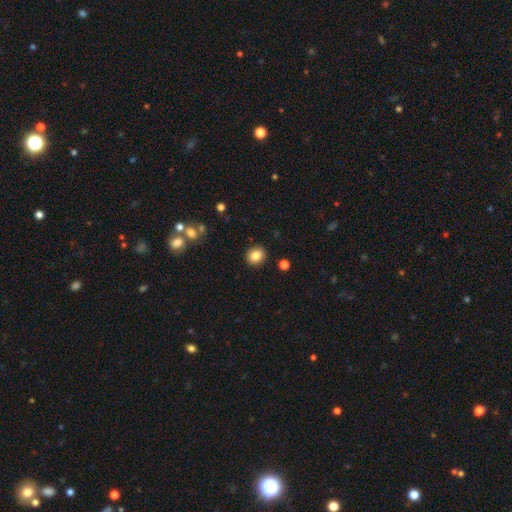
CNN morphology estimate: The model was most divided on "how rounded": round: 78%, in between: 21%, cigar-shaped: 1%. More confident: merging — none (91%); smooth or featured — smooth (84%).